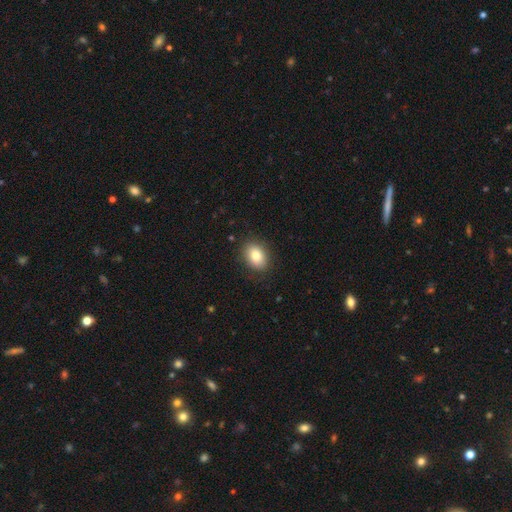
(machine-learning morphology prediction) Overall: smooth (81%). How rounded: in between (73%). Merging: none (86%).